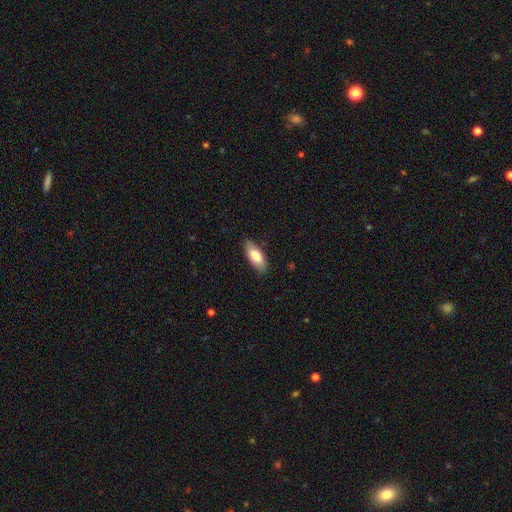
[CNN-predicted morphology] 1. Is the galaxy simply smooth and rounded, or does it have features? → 80% smooth, 14% featured or disk, 6% star or artifact.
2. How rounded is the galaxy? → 81% in between, 17% cigar-shaped, 2% round.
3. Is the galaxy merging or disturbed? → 85% none, 12% minor disturbance, 2% major disturbance, 1% merger.